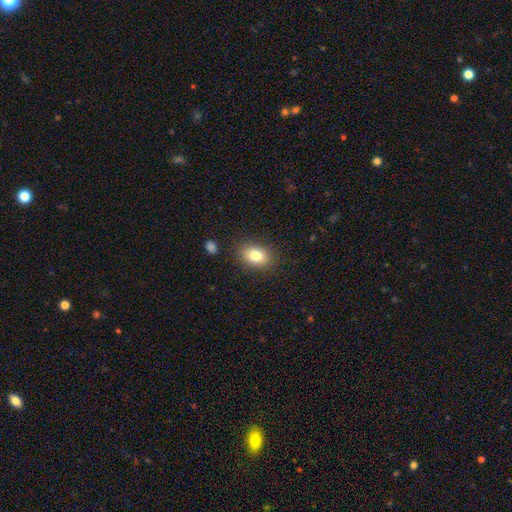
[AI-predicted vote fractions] Smooth or featured? smooth (81%)
How rounded? in between (75%)
Merging? none (85%)